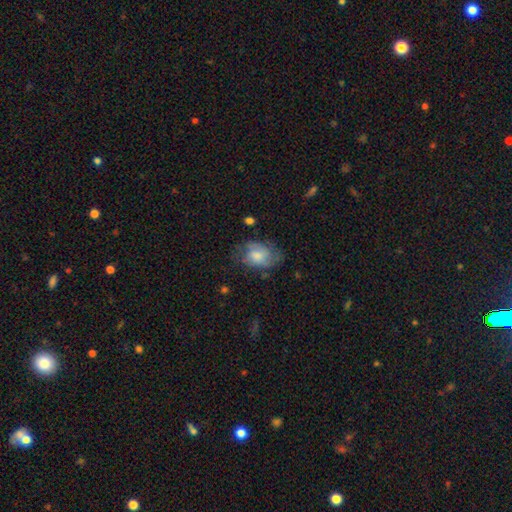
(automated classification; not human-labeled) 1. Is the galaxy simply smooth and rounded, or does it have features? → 56% smooth, 35% featured or disk, 9% star or artifact.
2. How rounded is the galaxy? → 76% in between, 23% round, 1% cigar-shaped.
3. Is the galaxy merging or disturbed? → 58% none, 27% minor disturbance, 13% major disturbance, 2% merger.